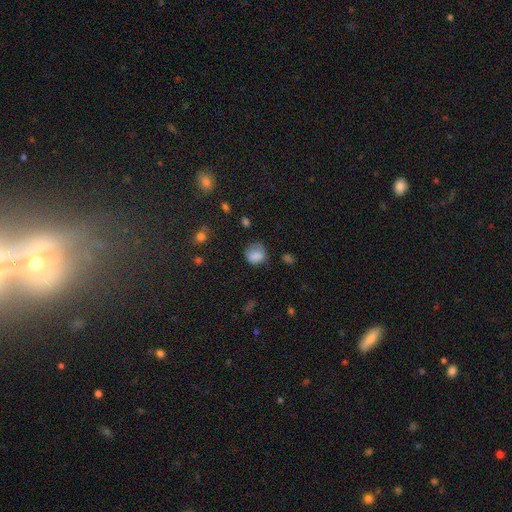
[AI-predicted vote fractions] The model was most divided on "merging": none: 53%, minor disturbance: 29%, major disturbance: 16%, merger: 2%. More confident: smooth or featured — smooth (80%); how rounded — round (67%).